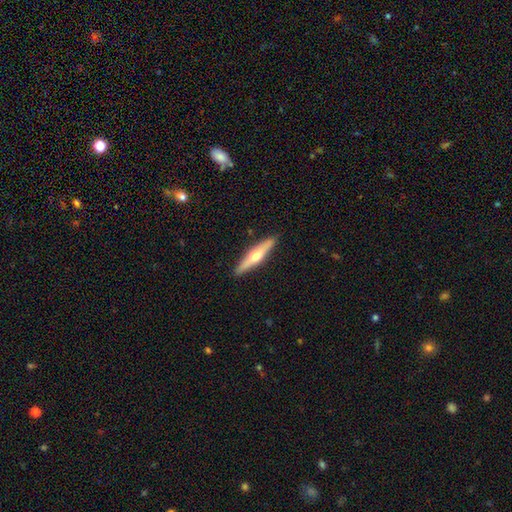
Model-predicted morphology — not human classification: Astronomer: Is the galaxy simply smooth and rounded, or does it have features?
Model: featured or disk — 58% (runner-up: smooth, 36%).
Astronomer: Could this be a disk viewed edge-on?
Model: yes — 96%.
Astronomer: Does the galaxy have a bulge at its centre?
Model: rounded — 92%.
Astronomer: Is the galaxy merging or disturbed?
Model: none — 90%.